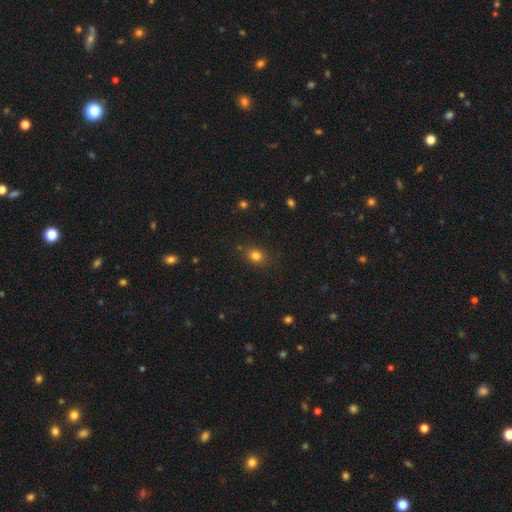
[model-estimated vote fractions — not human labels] This is likely a smooth galaxy (80%). How rounded: possibly round (56%). Merging: clearly none (82%).